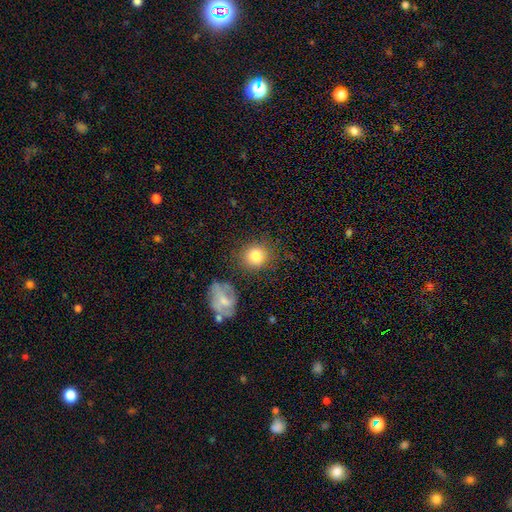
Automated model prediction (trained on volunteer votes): The model was most divided on "merging": none: 76%, minor disturbance: 13%, merger: 6%, major disturbance: 5%. More confident: how rounded — round (83%); smooth or featured — smooth (82%).